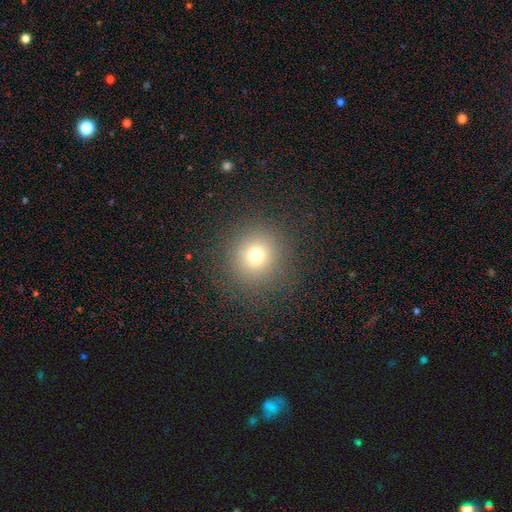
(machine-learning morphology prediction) smooth-or-featured: smooth: 72% | star or artifact: 18% | featured or disk: 10%
  how-rounded: round: 92% | in between: 7% | cigar-shaped: 1%
  merging: none: 88% | minor disturbance: 7% | major disturbance: 4% | merger: 1%